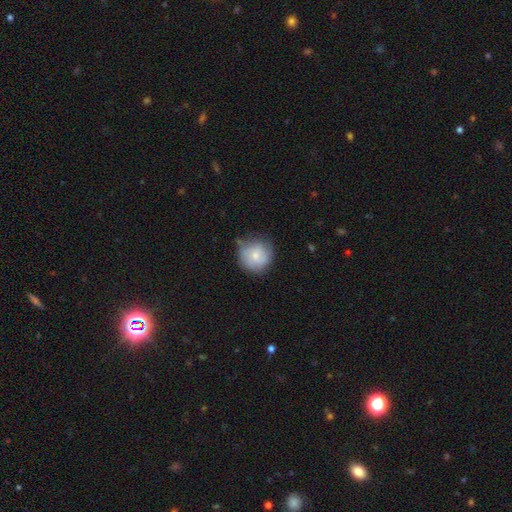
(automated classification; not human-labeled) This is likely a smooth galaxy (70%). How rounded: clearly round (92%). Merging: likely none (60%).